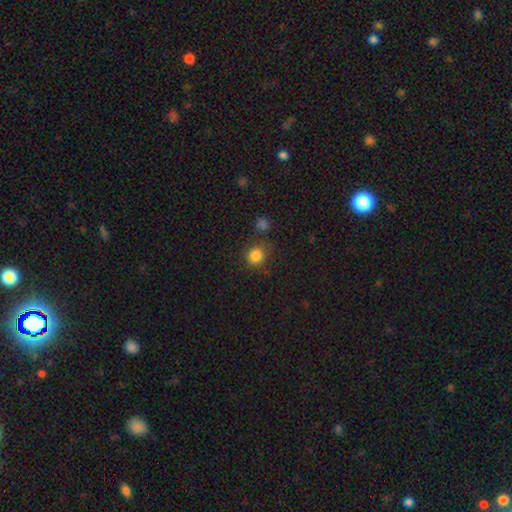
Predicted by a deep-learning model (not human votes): A smooth galaxy with no disk features (84%) that is round (89%). Merging: none (79%).